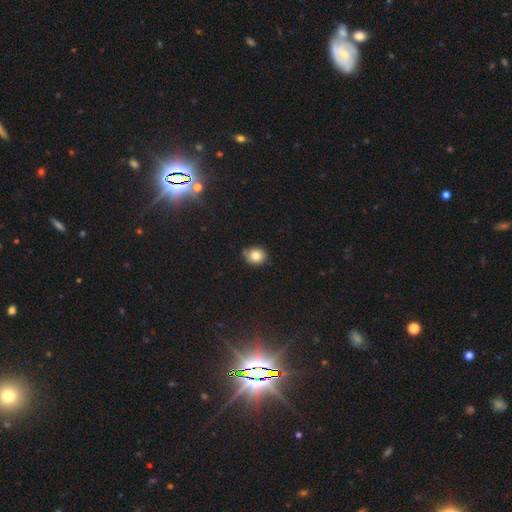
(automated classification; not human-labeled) This is clearly a smooth galaxy (81%). How rounded: clearly round (81%). Merging: likely none (72%).